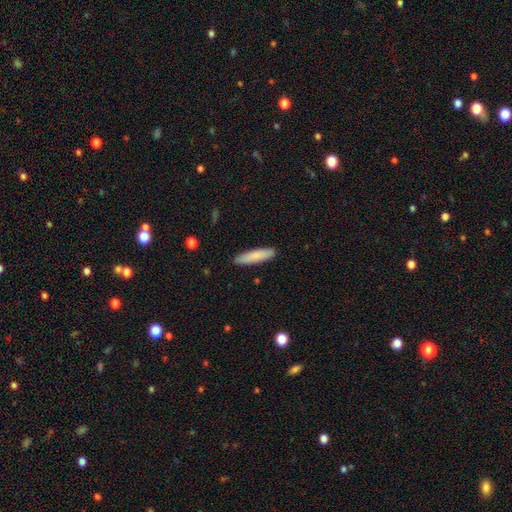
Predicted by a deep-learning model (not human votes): A smooth galaxy with no disk features (83%) that is cigar-shaped (81%).

Vote fractions:
- Smooth or featured? smooth: 83% / featured or disk: 12% / star or artifact: 6%
- How rounded? cigar-shaped: 81% / in between: 18% / round: 1%
- Merging? none: 89% / minor disturbance: 8% / major disturbance: 2% / merger: 1%